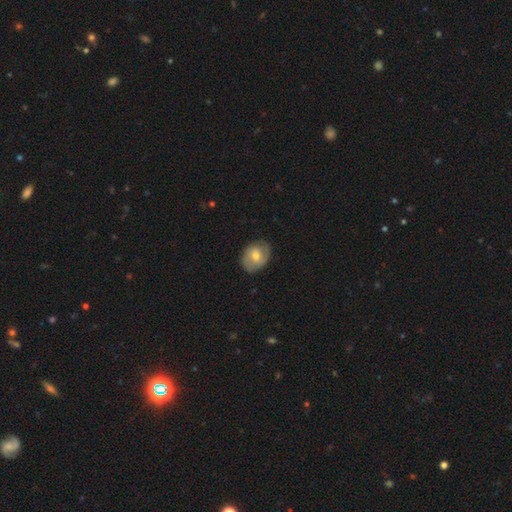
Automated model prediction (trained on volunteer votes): This is possibly a smooth galaxy (49%). Merging: likely none (75%).